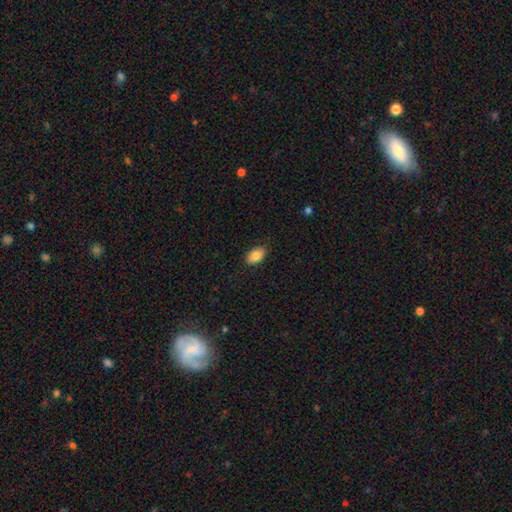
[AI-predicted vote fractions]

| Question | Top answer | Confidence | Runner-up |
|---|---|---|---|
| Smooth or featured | smooth | 85% | featured or disk (8%) |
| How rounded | in between | 92% | round (6%) |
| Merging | none | 85% | minor disturbance (12%) |